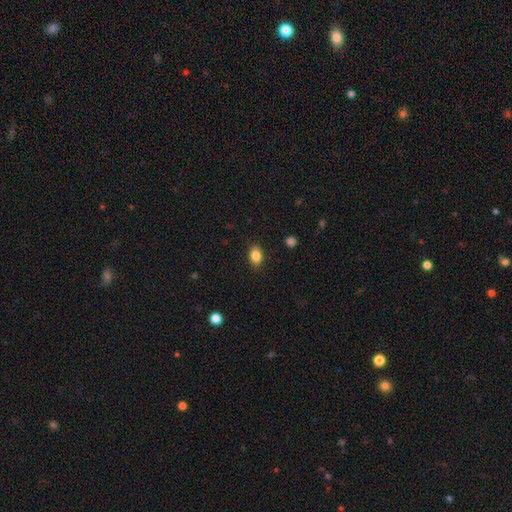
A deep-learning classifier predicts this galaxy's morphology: smooth_or_featured: smooth (p=0.85) [alt: star or artifact p=0.09]
how_rounded: in between (p=0.77) [alt: round p=0.22]
merging: none (p=0.88) [alt: minor disturbance p=0.09]